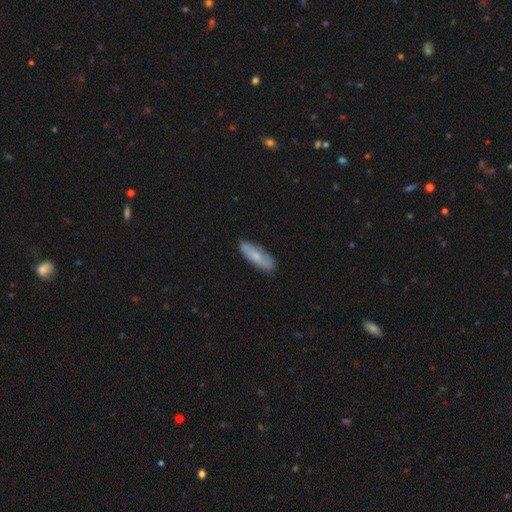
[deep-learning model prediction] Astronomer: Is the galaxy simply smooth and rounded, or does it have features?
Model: smooth — 67%.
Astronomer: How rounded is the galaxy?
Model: in between — 51% (runner-up: cigar-shaped, 47%).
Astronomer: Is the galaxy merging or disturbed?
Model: none — 79%.